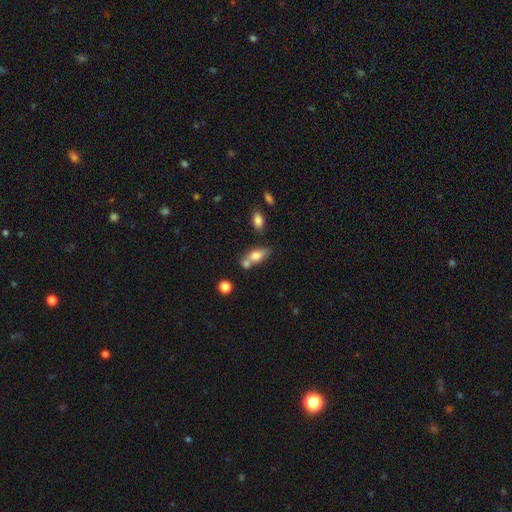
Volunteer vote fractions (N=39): A smooth galaxy with no disk features (77%) that is in between round and cigar-shaped (80%).

Vote fractions:
- Smooth or featured? smooth: 77% / featured or disk: 13% / star or artifact: 10%
- How rounded? in between: 80% / cigar-shaped: 13% / round: 7%
- Merging? merger: 57% / none: 34% / minor disturbance: 9% / major disturbance: 0%